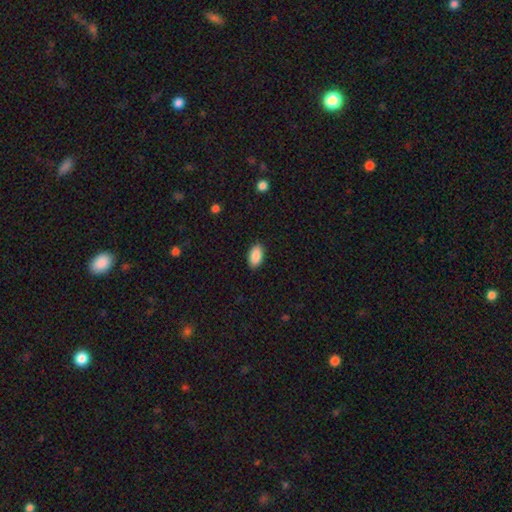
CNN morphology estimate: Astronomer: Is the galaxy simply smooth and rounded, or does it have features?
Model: smooth — 89%.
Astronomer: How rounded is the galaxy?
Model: in between — 94%.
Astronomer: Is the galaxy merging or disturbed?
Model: none — 89%.